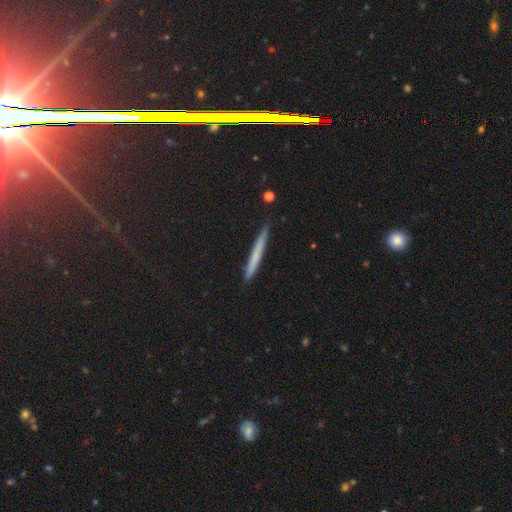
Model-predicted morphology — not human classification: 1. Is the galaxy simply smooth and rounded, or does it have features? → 62% smooth, 29% featured or disk, 9% star or artifact.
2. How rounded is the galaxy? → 97% cigar-shaped, 2% in between, 1% round.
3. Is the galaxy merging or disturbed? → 90% none, 8% minor disturbance, 1% major disturbance, 1% merger.